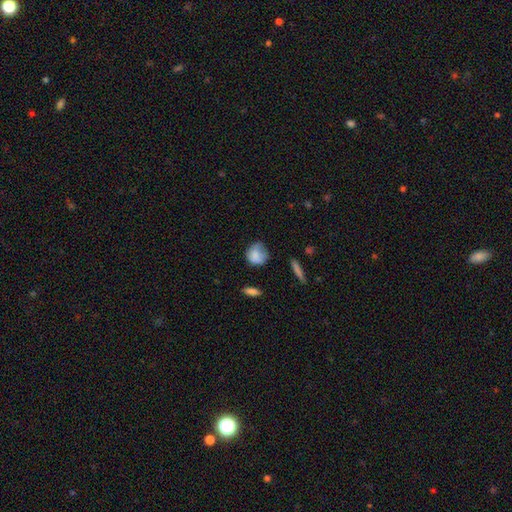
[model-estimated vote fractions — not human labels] Q: Smooth or featured?
A: smooth (81%); runner-up: featured or disk (10%)
Q: How rounded?
A: round (76%); runner-up: in between (23%)
Q: Merging?
A: none (52%); runner-up: minor disturbance (34%)